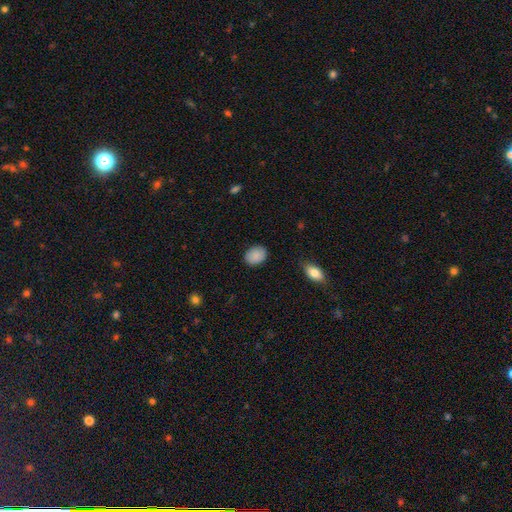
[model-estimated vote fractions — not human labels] This is clearly a smooth galaxy (89%). How rounded: likely in between (64%). Merging: clearly none (85%).